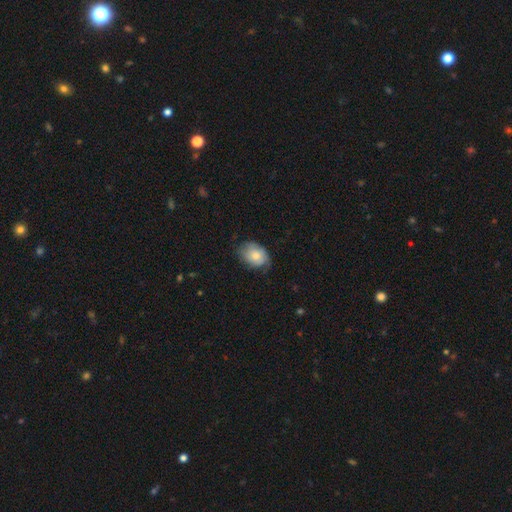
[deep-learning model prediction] A smooth galaxy with no disk features (71%) that is in between round and cigar-shaped (71%).

Vote fractions:
- Smooth or featured? smooth: 71% / featured or disk: 22% / star or artifact: 7%
- How rounded? in between: 71% / round: 28% / cigar-shaped: 1%
- Merging? none: 61% / minor disturbance: 31% / major disturbance: 7% / merger: 1%